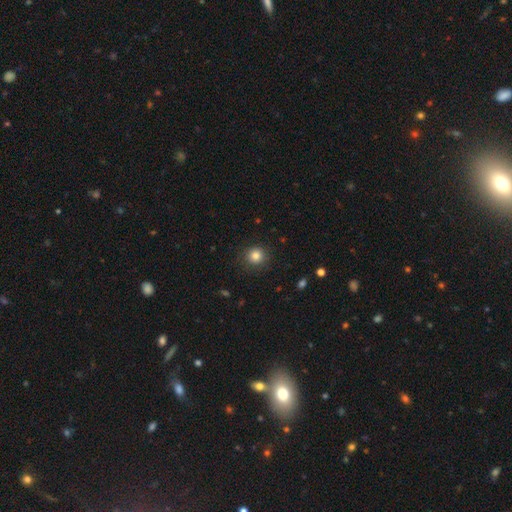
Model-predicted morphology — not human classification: This appears to be a smooth galaxy with no disk features (82%) that is round (92%). Merging: none (87%).